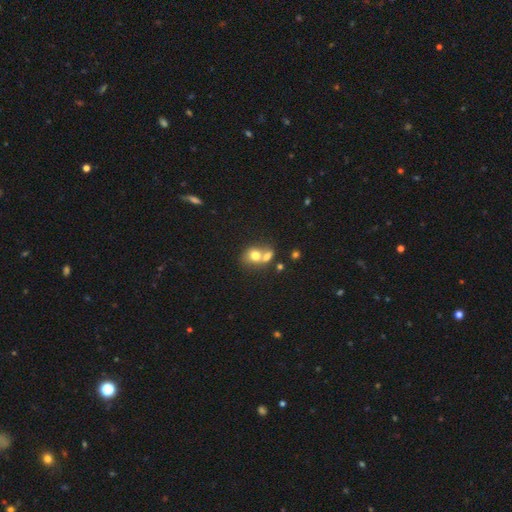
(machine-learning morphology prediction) smooth 72%, featured or disk 17%, star or artifact 11%. Down the decision tree: how rounded — round (58%); merging — merger (58%).